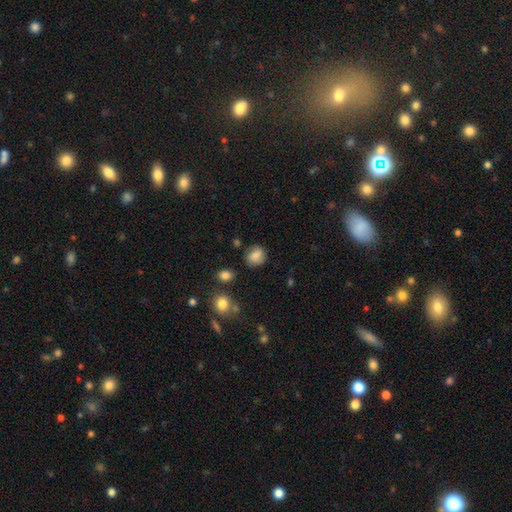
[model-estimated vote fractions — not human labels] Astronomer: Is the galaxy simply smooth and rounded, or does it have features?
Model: smooth — 78%.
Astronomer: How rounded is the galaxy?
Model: round — 74%.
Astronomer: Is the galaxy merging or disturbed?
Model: none — 78%.